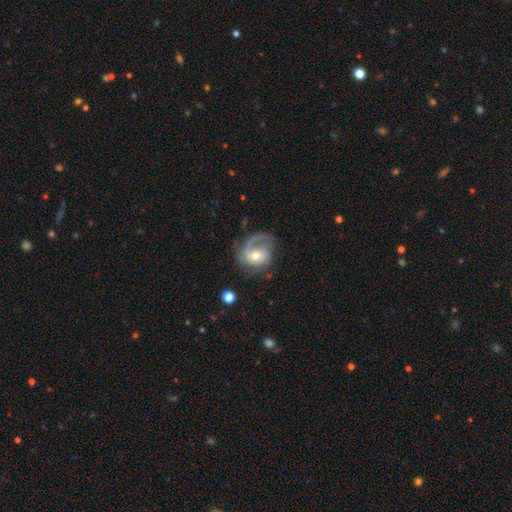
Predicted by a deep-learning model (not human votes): This appears to be a featured or disk galaxy (76%) with no bar (63%), 1 (51%) medium (43%) spiral arms (90%) and a moderate central bulge (67%). Merging: none (52%).